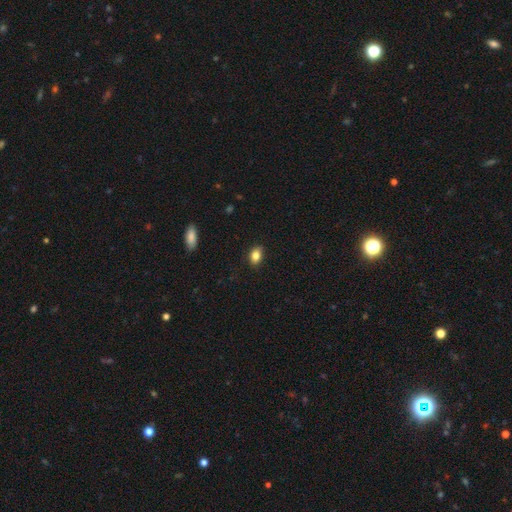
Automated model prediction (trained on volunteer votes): Morphology: type=smooth (84%); roundness=in between (82%); merging=none (86%).